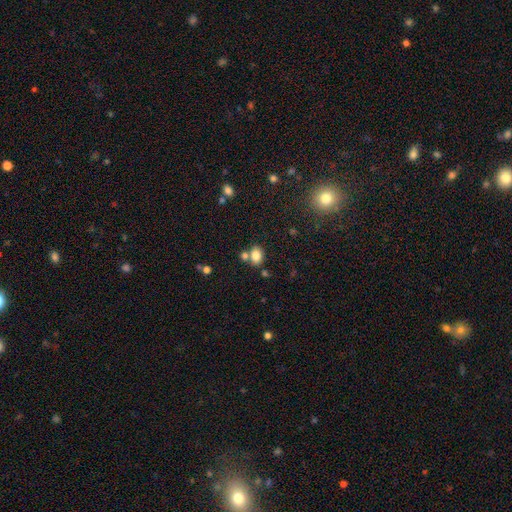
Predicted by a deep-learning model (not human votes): Q: Smooth or featured?
A: smooth (82%); runner-up: star or artifact (10%)
Q: How rounded?
A: in between (75%); runner-up: round (24%)
Q: Merging?
A: none (60%); runner-up: merger (25%)